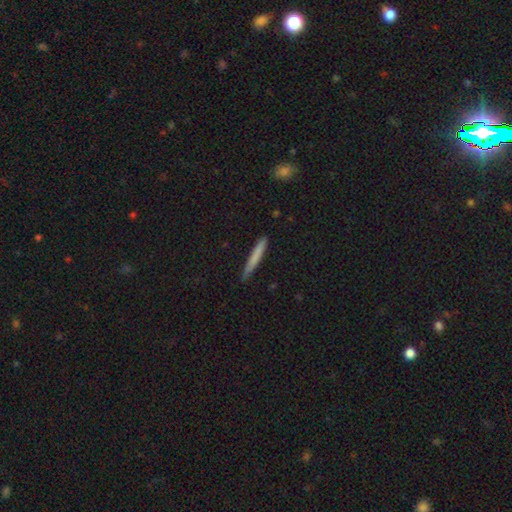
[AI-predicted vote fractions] Morphology: type=smooth (72%); roundness=cigar-shaped (96%); merging=none (86%).